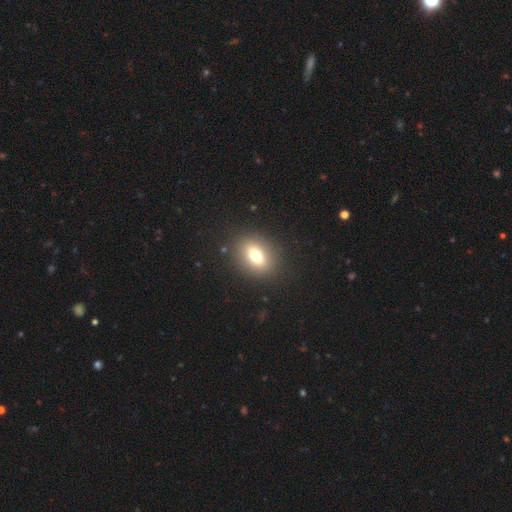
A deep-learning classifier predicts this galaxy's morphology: A smooth galaxy with no disk features (71%) that is in between round and cigar-shaped (65%). Merging: none (88%).